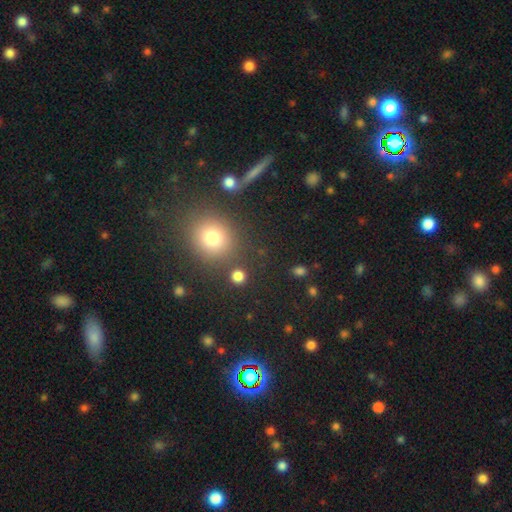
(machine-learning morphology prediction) Overall: smooth (58%; star or artifact 32%). How rounded: round (80%). Merging: none (84%).